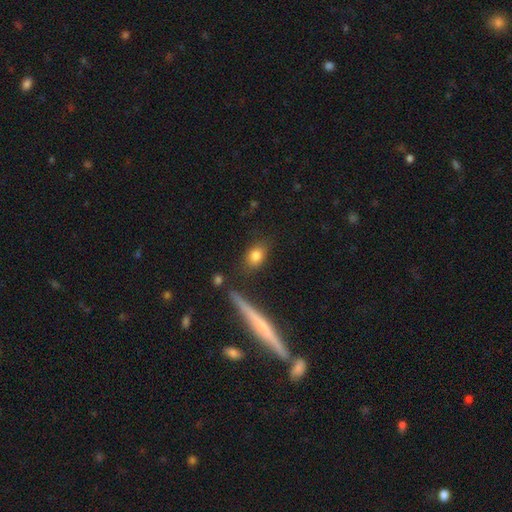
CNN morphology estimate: A smooth galaxy with no disk features (81%) that is in between round and cigar-shaped (66%).

Vote fractions:
- Smooth or featured? smooth: 81% / featured or disk: 10% / star or artifact: 9%
- How rounded? in between: 66% / round: 26% / cigar-shaped: 7%
- Merging? none: 79% / minor disturbance: 12% / merger: 5% / major disturbance: 4%